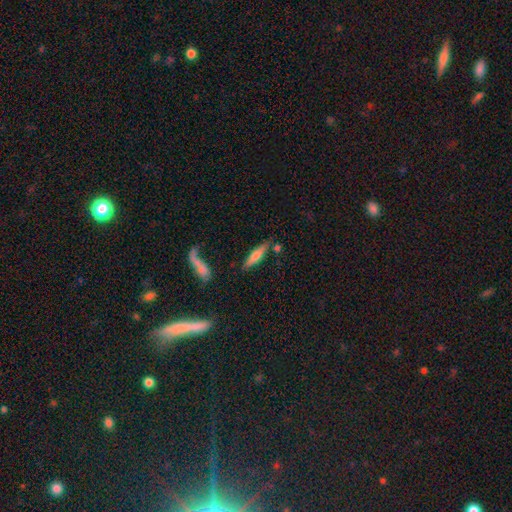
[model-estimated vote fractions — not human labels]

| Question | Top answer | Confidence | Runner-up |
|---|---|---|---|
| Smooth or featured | smooth | 59% | featured or disk (34%) |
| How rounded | cigar-shaped | 79% | in between (19%) |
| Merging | none | 71% | minor disturbance (14%) |